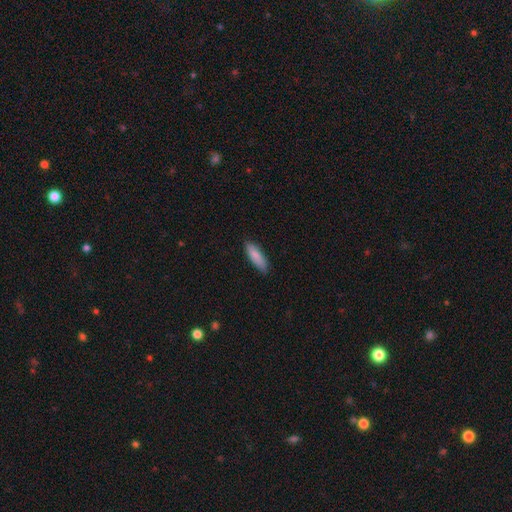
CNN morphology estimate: type=smooth (86%); roundness=in between (51%); merging=none (82%).